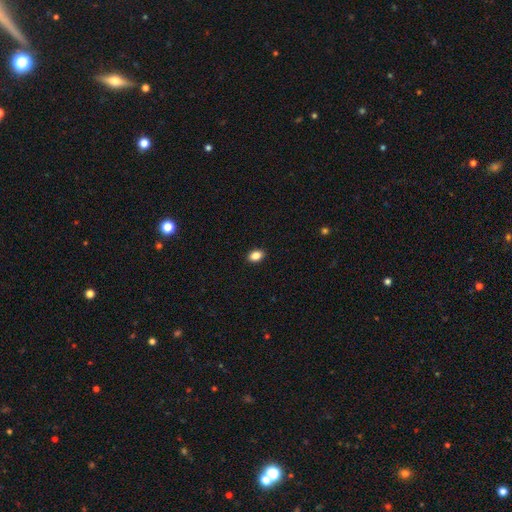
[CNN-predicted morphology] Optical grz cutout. It shows a smooth galaxy with no disk features (87%) that is in between round and cigar-shaped (80%). Merging: none (91%).